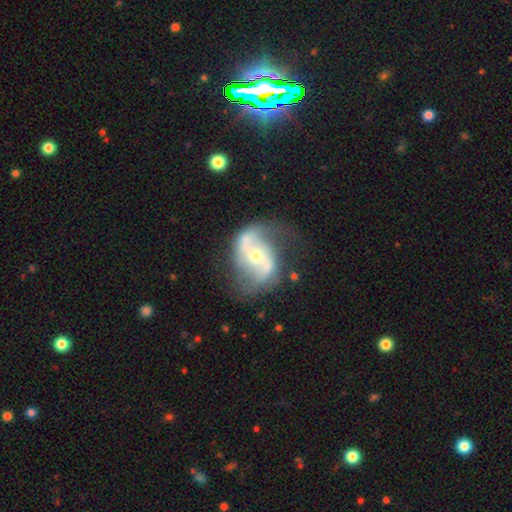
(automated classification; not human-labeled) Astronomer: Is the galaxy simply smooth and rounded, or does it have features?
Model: featured or disk — 87%.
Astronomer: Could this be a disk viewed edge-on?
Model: no — 97%.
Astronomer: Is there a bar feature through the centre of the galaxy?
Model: no — 35% (runner-up: weak, 34%).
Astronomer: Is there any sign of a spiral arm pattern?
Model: yes — 94%.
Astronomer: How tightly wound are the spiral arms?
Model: loose — 63%.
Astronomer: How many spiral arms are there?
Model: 2 — 92%.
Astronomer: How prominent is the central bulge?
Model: moderate — 51% (runner-up: small, 45%).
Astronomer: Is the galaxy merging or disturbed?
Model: none — 67%.